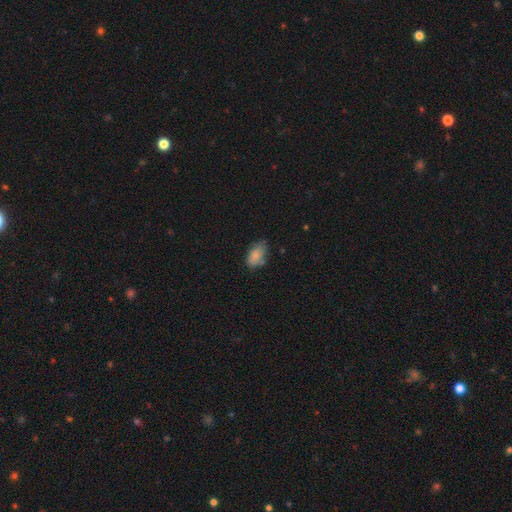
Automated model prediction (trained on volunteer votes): smooth 84%, featured or disk 8%, star or artifact 8%. Down the decision tree: how rounded — in between (92%); merging — none (63%).